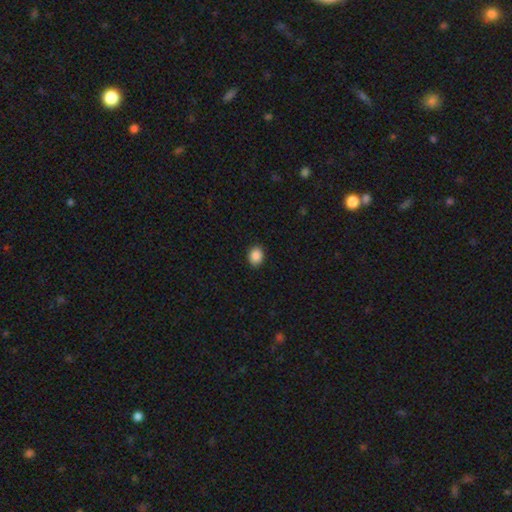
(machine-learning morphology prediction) smooth-or-featured: smooth: 88% | star or artifact: 9% | featured or disk: 3%
  how-rounded: in between: 51% | round: 48% | cigar-shaped: 1%
  merging: none: 91% | minor disturbance: 6% | major disturbance: 2% | merger: 1%